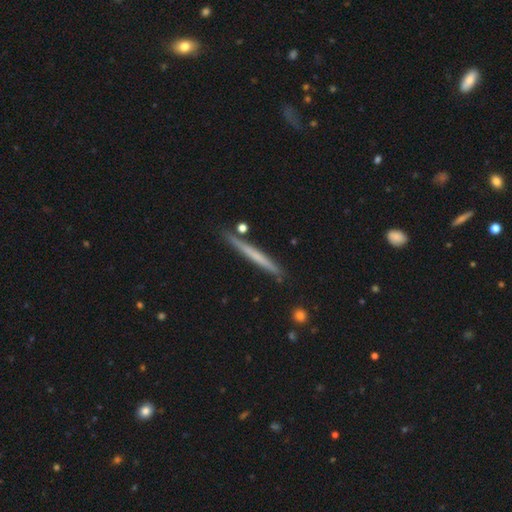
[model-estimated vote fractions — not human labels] Morphology: type=featured or disk (48%); merging=none (86%).